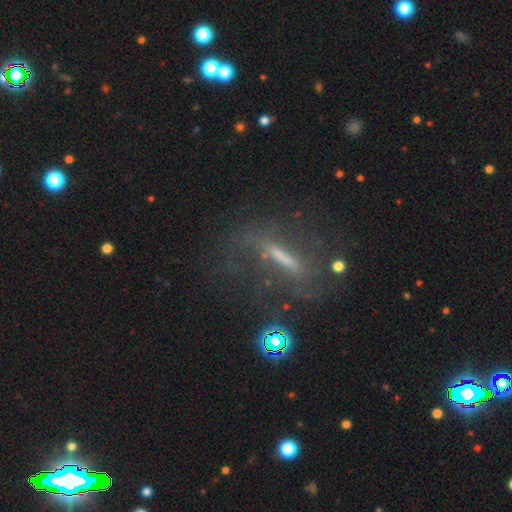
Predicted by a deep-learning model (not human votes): Smooth or featured? featured or disk (59%)
Edge-on disk? no (52%)
Merging? none (65%)